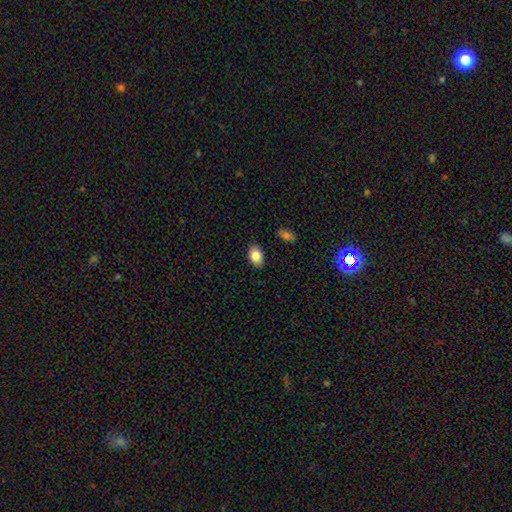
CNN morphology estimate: Smooth or featured? Predicted: smooth (p=0.83). How rounded? Predicted: in between (p=0.83). Merging? Predicted: none (p=0.86).